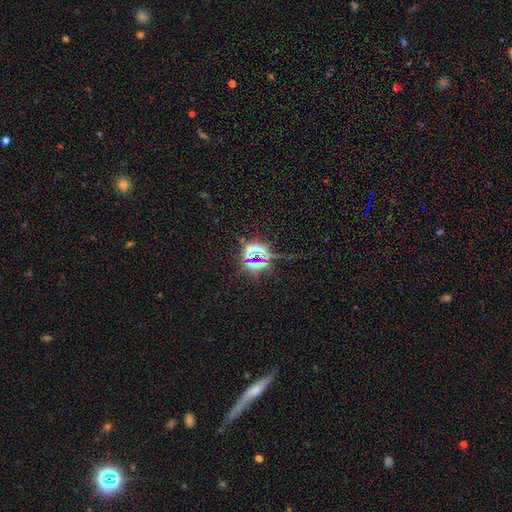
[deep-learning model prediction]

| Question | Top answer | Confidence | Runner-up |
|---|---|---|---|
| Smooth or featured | star or artifact | 77% | smooth (13%) |